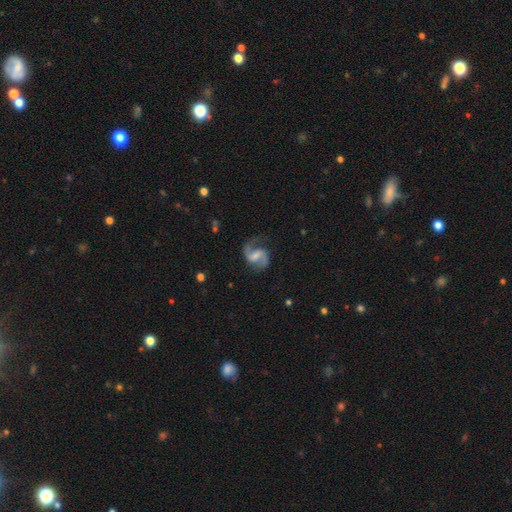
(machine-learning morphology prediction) featured or disk 88%, smooth 7%, star or artifact 5%. Down the decision tree: edge-on disk — no (98%); bar — weak (54%); spiral arms — yes (97%); spiral arm count — 2 (91%); spiral winding — medium (50%); bulge size — small (41%); merging — none (72%).